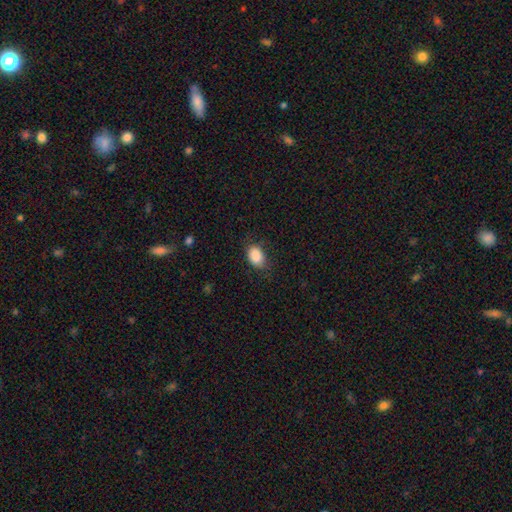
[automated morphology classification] Smooth or featured?
  - smooth: 88% *
  - star or artifact: 8%
  - featured or disk: 4%
How rounded?
  - in between: 83% *
  - round: 16%
  - cigar-shaped: 1%
Merging?
  - none: 73% *
  - minor disturbance: 20%
  - major disturbance: 6%
  - merger: 1%